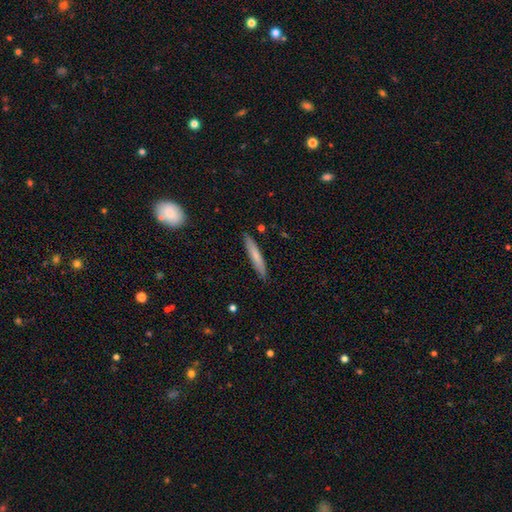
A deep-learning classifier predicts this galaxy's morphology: smooth-or-featured: smooth: 72% | featured or disk: 23% | star or artifact: 6%
  how-rounded: cigar-shaped: 93% | in between: 6% | round: 1%
  merging: none: 89% | minor disturbance: 8% | major disturbance: 2% | merger: 1%